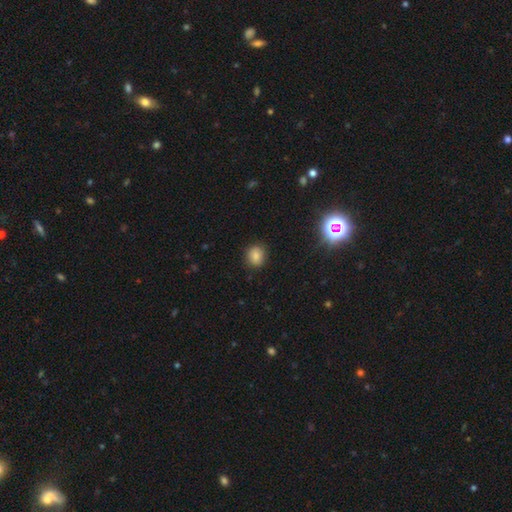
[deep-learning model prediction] smooth-or-featured: smooth: 81% | star or artifact: 12% | featured or disk: 7%
  how-rounded: round: 70% | in between: 29% | cigar-shaped: 1%
  merging: none: 85% | minor disturbance: 11% | major disturbance: 3% | merger: 1%